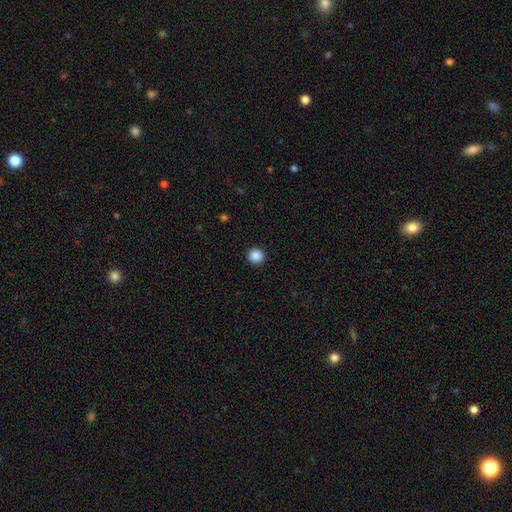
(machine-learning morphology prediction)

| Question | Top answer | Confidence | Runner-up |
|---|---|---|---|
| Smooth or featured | smooth | 88% | star or artifact (10%) |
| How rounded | round | 93% | in between (6%) |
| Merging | none | 93% | minor disturbance (4%) |